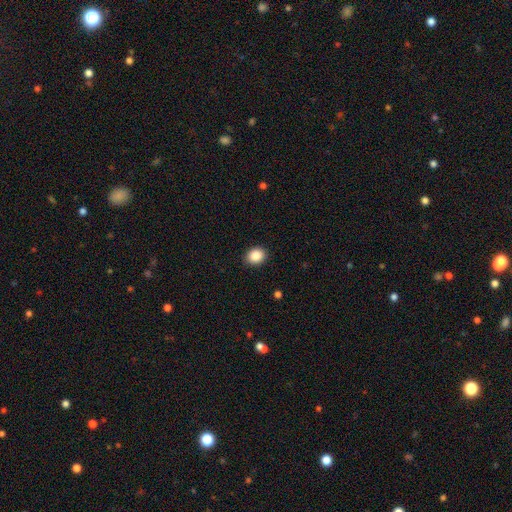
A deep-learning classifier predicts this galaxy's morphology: A smooth galaxy with no disk features (89%) that is round (57%). Merging: none (90%).